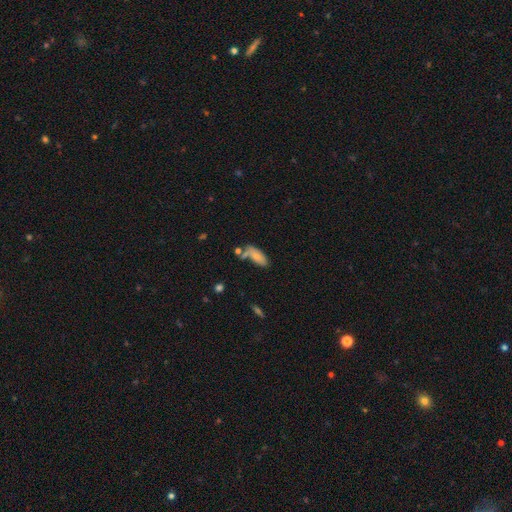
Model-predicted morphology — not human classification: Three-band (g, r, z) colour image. It shows a smooth galaxy with no disk features (79%) that is in between round and cigar-shaped (80%). Merging: none (51%).